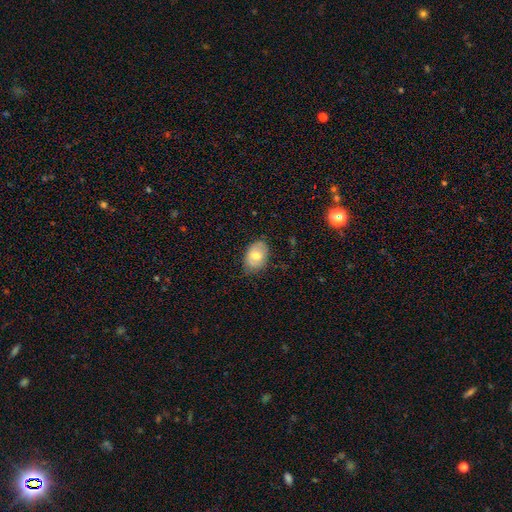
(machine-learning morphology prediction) smooth_or_featured: smooth (p=0.69) [alt: featured or disk p=0.24]
how_rounded: in between (p=0.83) [alt: round p=0.16]
merging: none (p=0.73) [alt: minor disturbance p=0.21]